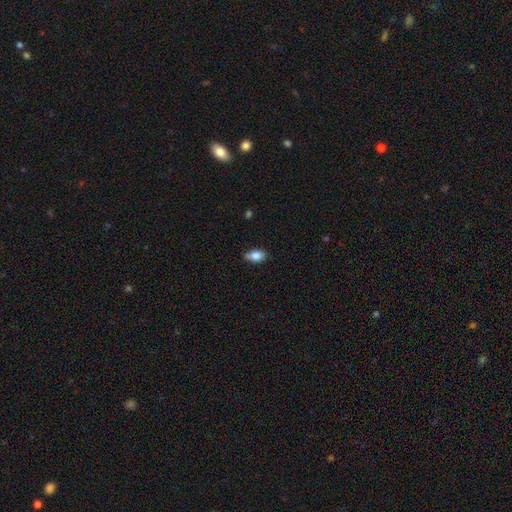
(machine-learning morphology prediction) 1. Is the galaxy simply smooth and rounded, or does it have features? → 83% smooth, 9% featured or disk, 8% star or artifact.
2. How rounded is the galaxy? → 87% in between, 9% round, 4% cigar-shaped.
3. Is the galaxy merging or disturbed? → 65% none, 28% minor disturbance, 4% major disturbance, 2% merger.